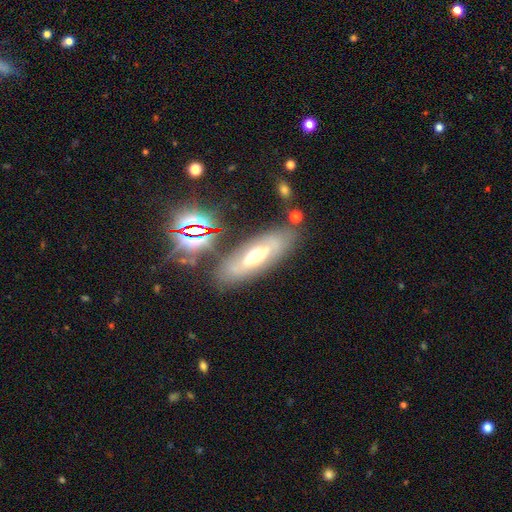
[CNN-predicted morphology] smooth-or-featured: featured or disk: 58% | smooth: 30% | star or artifact: 12%
  disk-edge-on: no: 69% | yes: 31%
  merging: none: 76% | minor disturbance: 14% | major disturbance: 6% | merger: 5%